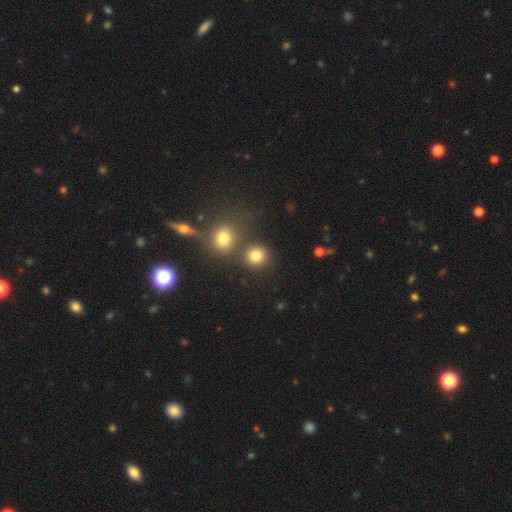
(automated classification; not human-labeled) Q: Smooth or featured?
A: smooth (80%); runner-up: star or artifact (14%)
Q: How rounded?
A: round (88%); runner-up: in between (11%)
Q: Merging?
A: none (72%); runner-up: merger (17%)